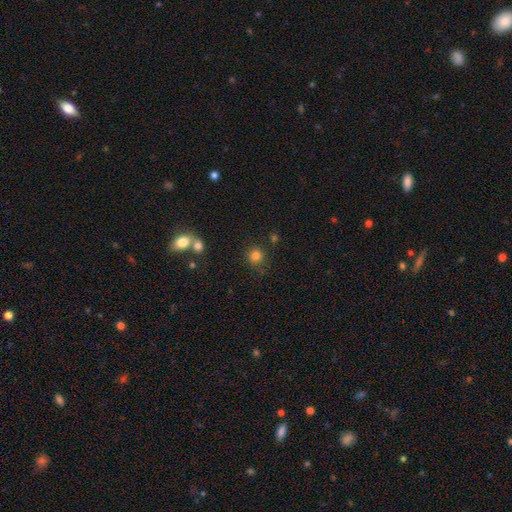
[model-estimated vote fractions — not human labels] Smooth or featured: smooth — 80% (star or artifact — 14%)
How rounded: round — 87% (in between — 12%)
Merging: none — 78% (minor disturbance — 12%)